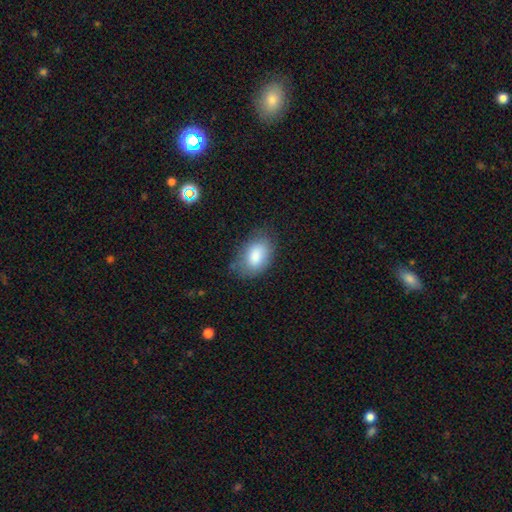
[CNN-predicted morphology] This is clearly a smooth galaxy (84%). How rounded: clearly in between (89%). Merging: likely none (69%).